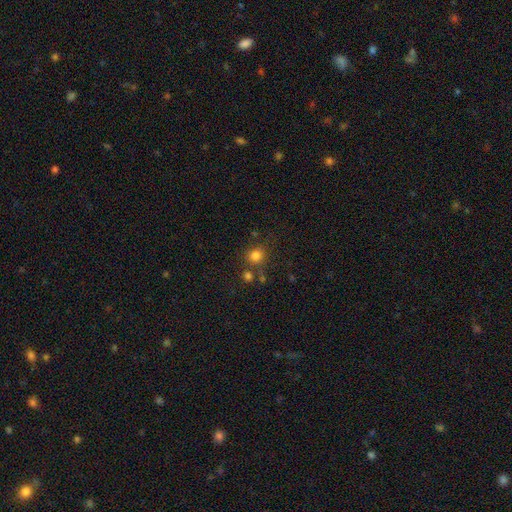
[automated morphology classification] smooth_or_featured: smooth (p=0.79) [alt: star or artifact p=0.15]
how_rounded: round (p=0.87) [alt: in between p=0.12]
merging: none (p=0.73) [alt: merger p=0.12]